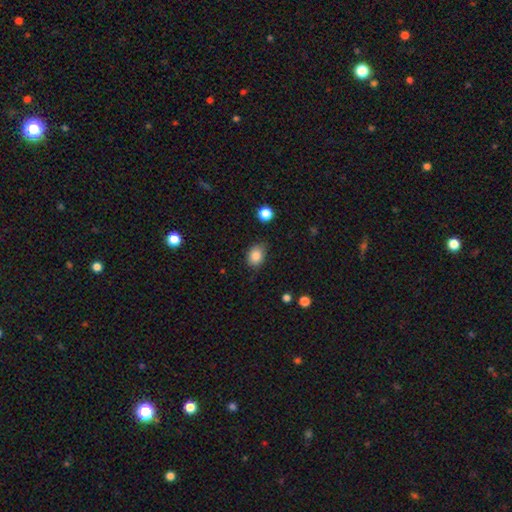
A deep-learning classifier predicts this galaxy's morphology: type=smooth (86%); roundness=in between (64%); merging=none (76%).